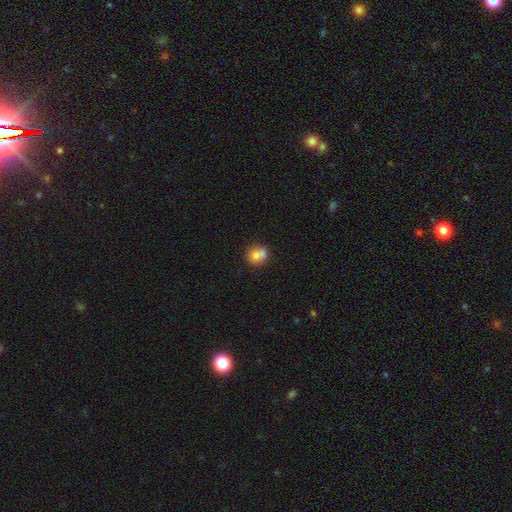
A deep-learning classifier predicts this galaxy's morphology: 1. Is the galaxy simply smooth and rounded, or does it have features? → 76% smooth, 14% featured or disk, 10% star or artifact.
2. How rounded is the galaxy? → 71% round, 28% in between, 1% cigar-shaped.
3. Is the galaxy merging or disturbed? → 51% none, 30% merger, 15% minor disturbance, 4% major disturbance.